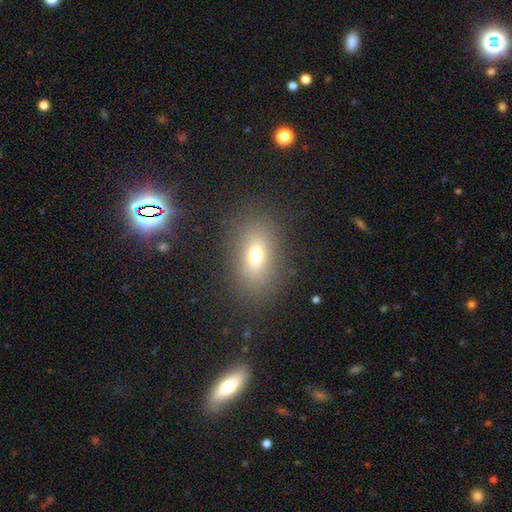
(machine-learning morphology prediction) The model was most divided on "smooth or featured": smooth: 67%, featured or disk: 18%, star or artifact: 15%. More confident: merging — none (84%); how rounded — in between (77%).